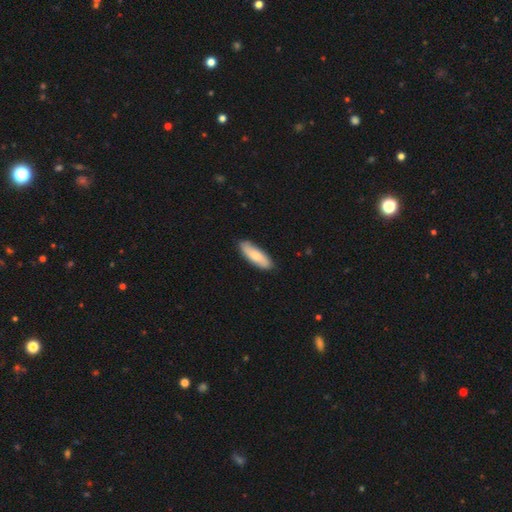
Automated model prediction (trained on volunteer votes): smooth_or_featured: smooth (p=0.73) [alt: featured or disk p=0.22]
how_rounded: in between (p=0.59) [alt: cigar-shaped p=0.39]
merging: none (p=0.87) [alt: minor disturbance p=0.10]